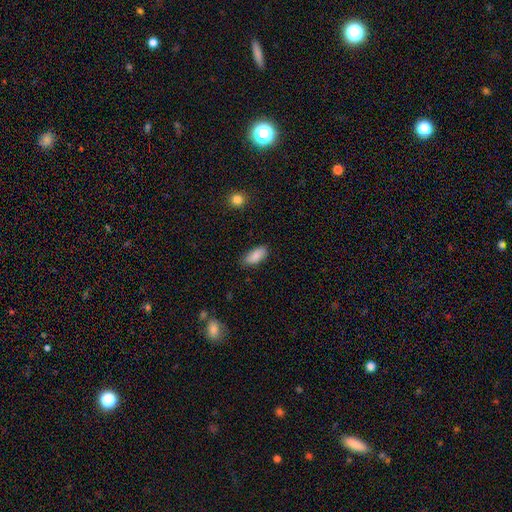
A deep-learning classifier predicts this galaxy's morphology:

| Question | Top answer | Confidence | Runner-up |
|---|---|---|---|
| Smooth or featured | smooth | 86% | featured or disk (7%) |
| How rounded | in between | 89% | cigar-shaped (8%) |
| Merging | none | 82% | minor disturbance (14%) |